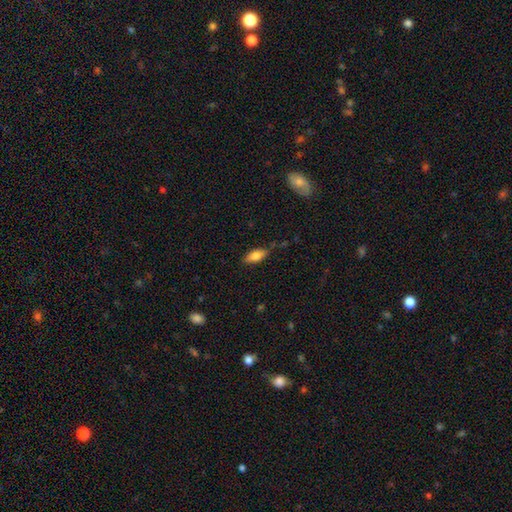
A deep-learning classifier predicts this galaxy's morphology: smooth-or-featured: smooth: 74% | featured or disk: 19% | star or artifact: 7%
  how-rounded: in between: 80% | cigar-shaped: 18% | round: 3%
  merging: none: 77% | minor disturbance: 18% | major disturbance: 4% | merger: 2%